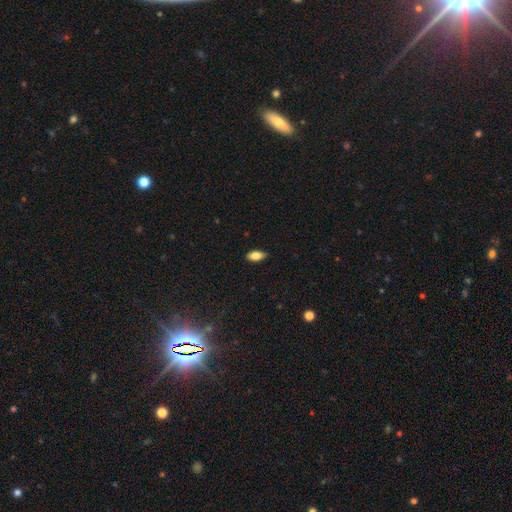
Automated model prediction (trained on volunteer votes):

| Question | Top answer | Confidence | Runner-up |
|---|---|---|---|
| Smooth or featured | smooth | 82% | featured or disk (10%) |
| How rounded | in between | 90% | cigar-shaped (7%) |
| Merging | none | 87% | minor disturbance (10%) |